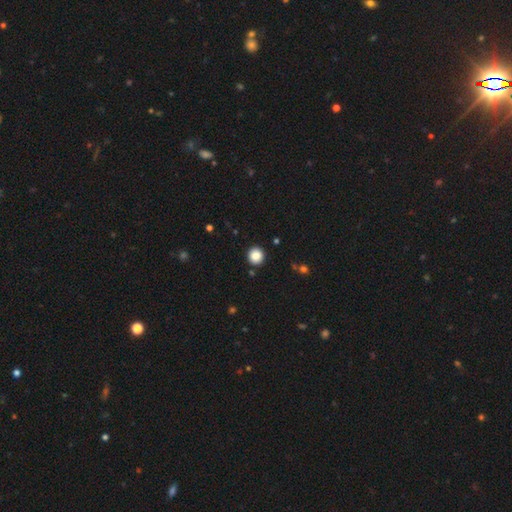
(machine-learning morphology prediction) smooth-or-featured: smooth: 86% | star or artifact: 10% | featured or disk: 4%
  how-rounded: round: 94% | in between: 5% | cigar-shaped: 1%
  merging: none: 92% | minor disturbance: 5% | major disturbance: 2% | merger: 2%